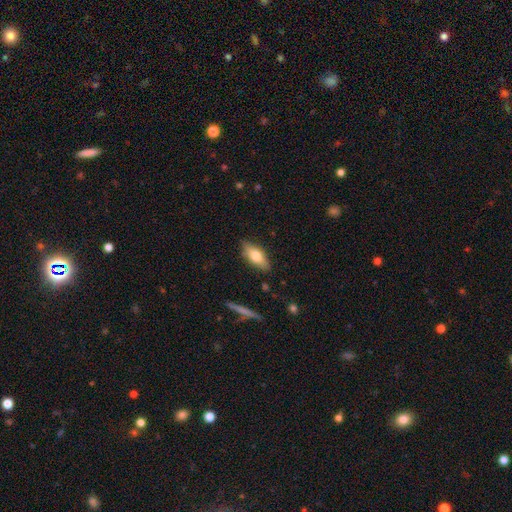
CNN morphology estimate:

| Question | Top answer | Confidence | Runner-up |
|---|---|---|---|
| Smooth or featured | smooth | 68% | featured or disk (26%) |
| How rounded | in between | 73% | cigar-shaped (24%) |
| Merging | none | 83% | minor disturbance (12%) |